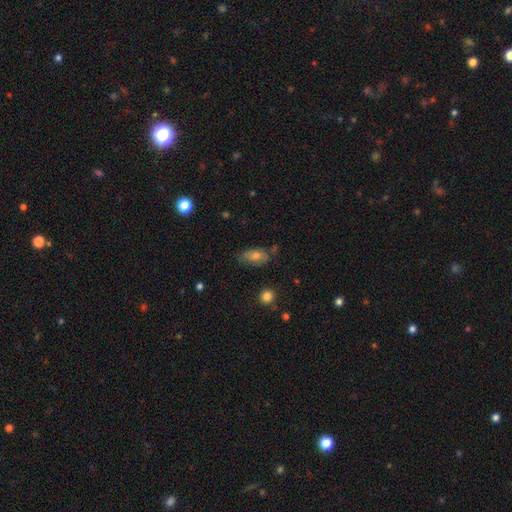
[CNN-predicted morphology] smooth_or_featured: smooth (p=0.64) [alt: featured or disk p=0.27]
how_rounded: in between (p=0.88) [alt: cigar-shaped p=0.06]
merging: none (p=0.63) [alt: minor disturbance p=0.27]